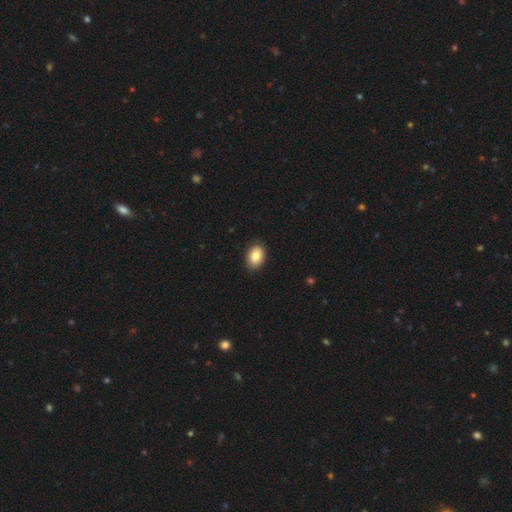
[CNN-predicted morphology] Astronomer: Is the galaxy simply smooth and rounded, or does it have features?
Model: smooth — 85%.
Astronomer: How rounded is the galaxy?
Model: in between — 82%.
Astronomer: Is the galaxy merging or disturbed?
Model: none — 88%.